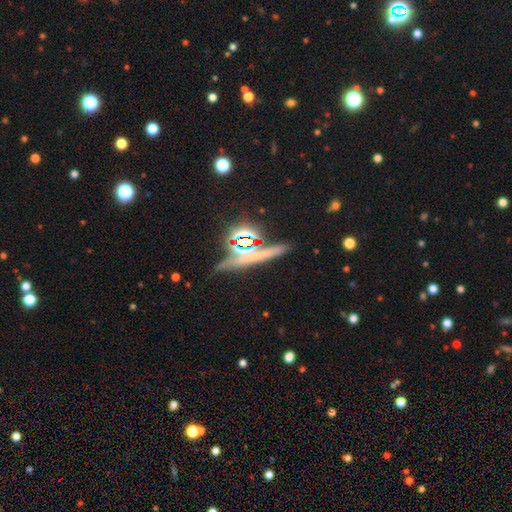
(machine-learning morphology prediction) The model was most divided on "smooth or featured": star or artifact: 50%, featured or disk: 26%, smooth: 24%.